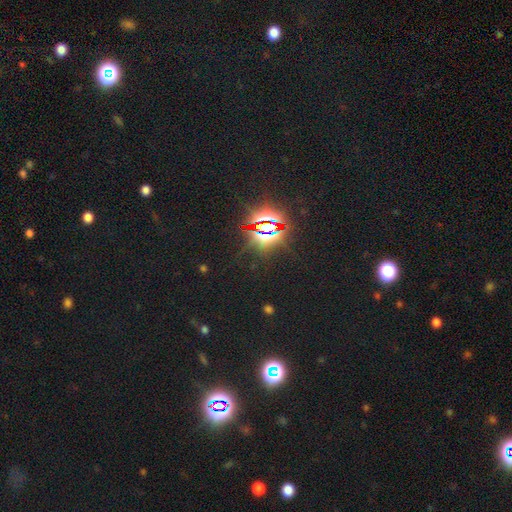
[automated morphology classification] Q: Smooth or featured?
A: star or artifact (80%); runner-up: smooth (13%)